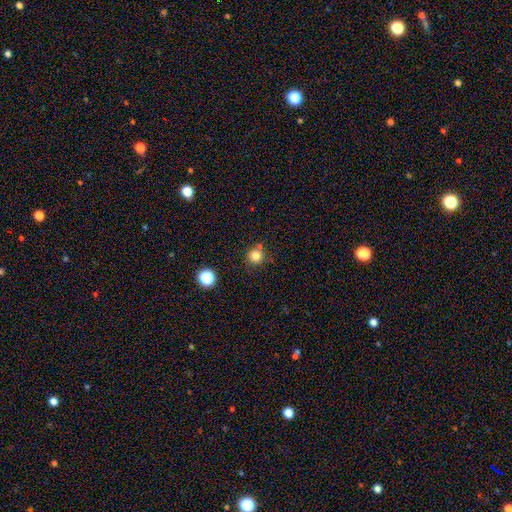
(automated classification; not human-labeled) A smooth galaxy with no disk features (81%) that is round (93%). Merging: none (75%).